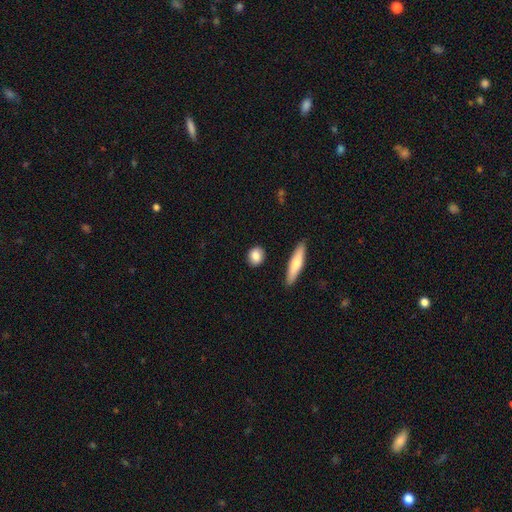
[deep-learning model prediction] This is clearly a smooth galaxy (84%). How rounded: likely round (62%). Merging: clearly none (86%).